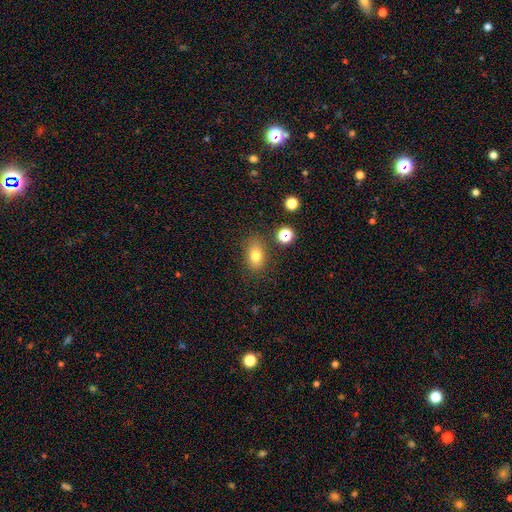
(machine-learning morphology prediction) Q: Smooth or featured?
A: smooth (76%); runner-up: star or artifact (12%)
Q: How rounded?
A: in between (77%); runner-up: round (21%)
Q: Merging?
A: none (81%); runner-up: minor disturbance (12%)